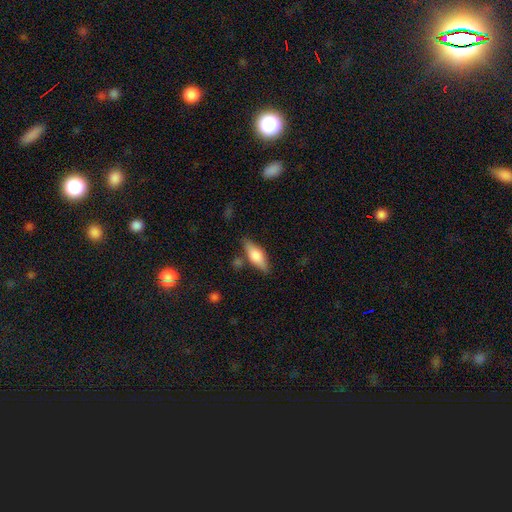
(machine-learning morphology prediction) Q: Smooth or featured?
A: smooth (65%); runner-up: featured or disk (29%)
Q: How rounded?
A: in between (65%); runner-up: cigar-shaped (32%)
Q: Merging?
A: none (76%); runner-up: minor disturbance (15%)